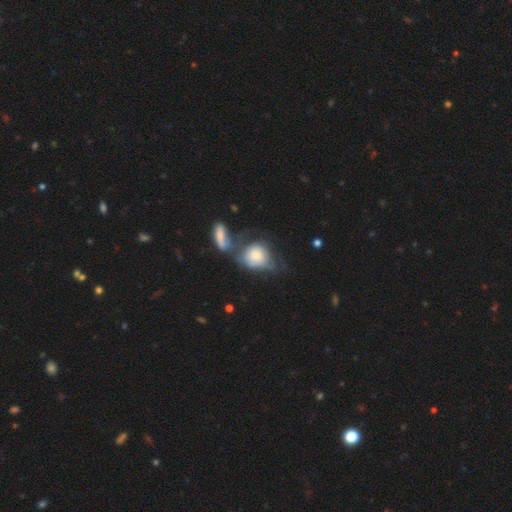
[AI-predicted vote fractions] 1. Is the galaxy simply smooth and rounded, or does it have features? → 58% smooth, 35% featured or disk, 7% star or artifact.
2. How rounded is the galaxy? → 52% round, 47% in between, 2% cigar-shaped.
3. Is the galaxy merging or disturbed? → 43% merger, 23% major disturbance, 18% none, 15% minor disturbance.